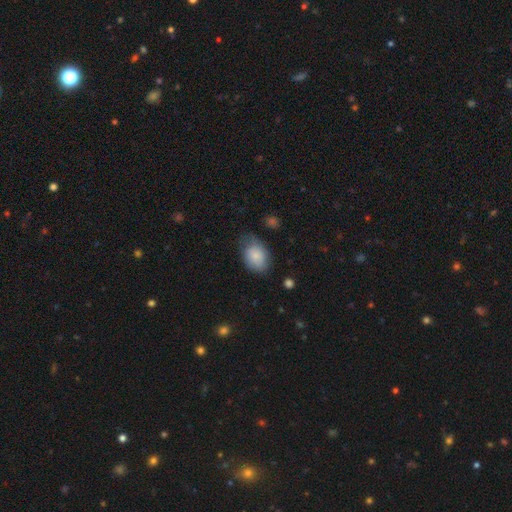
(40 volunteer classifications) Smooth or featured: smooth — 78% (featured or disk — 15%)
How rounded: in between — 90% (round — 6%)
Merging: none — 51% (minor disturbance — 41%)